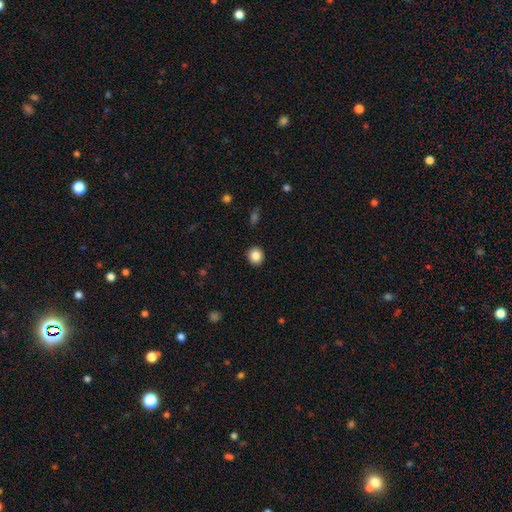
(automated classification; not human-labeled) Smooth or featured: smooth — 86% (star or artifact — 10%)
How rounded: round — 86% (in between — 13%)
Merging: none — 92% (minor disturbance — 5%)